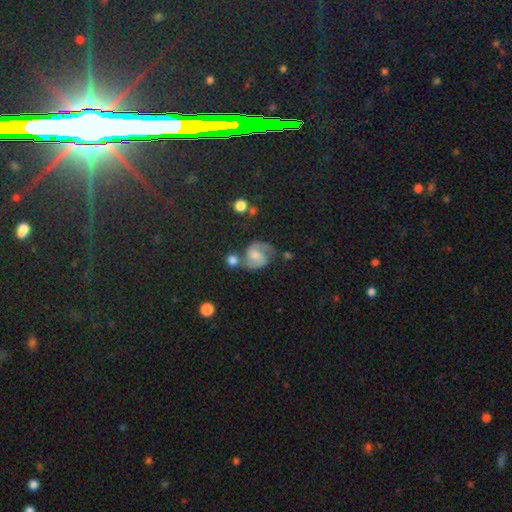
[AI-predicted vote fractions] Smooth or featured?
  - featured or disk: 69% *
  - smooth: 20%
  - star or artifact: 11%
Edge-on disk?
  - no: 98% *
  - yes: 2%
Bar?
  - no: 46% *
  - weak: 43%
  - strong: 11%
Spiral arms?
  - yes: 94% *
  - no: 6%
Spiral winding?
  - medium: 57% *
  - loose: 22%
  - tight: 20%
Spiral arm count?
  - 2: 91% *
  - can't tell: 4%
  - 1: 2%
  - 3: 1%
  - 4: 1%
  - more than 4: 1%
Bulge size?
  - moderate: 43% *
  - small: 28%
  - none: 14%
  - large: 13%
  - dominant: 2%
Merging?
  - none: 56% *
  - minor disturbance: 18%
  - merger: 16%
  - major disturbance: 9%